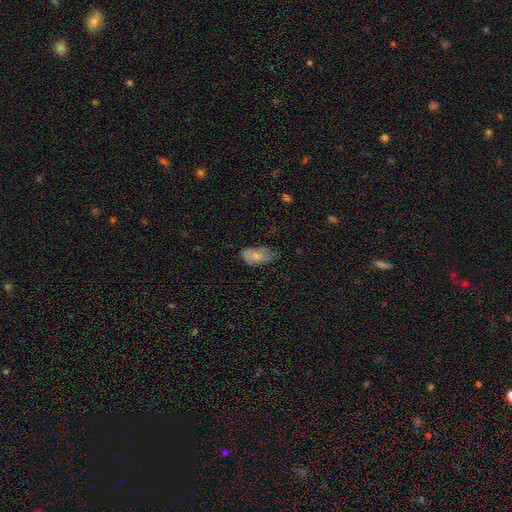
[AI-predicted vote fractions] Smooth or featured: smooth — 71% (featured or disk — 21%)
How rounded: in between — 92% (round — 4%)
Merging: none — 50% (minor disturbance — 37%)